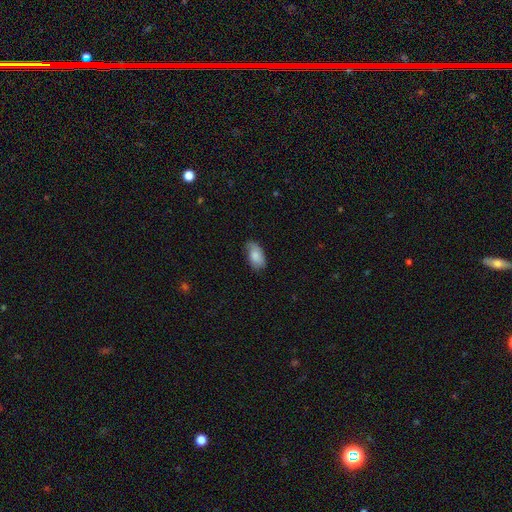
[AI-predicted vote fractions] A smooth galaxy with no disk features (83%) that is in between round and cigar-shaped (94%).

Vote fractions:
- Smooth or featured? smooth: 83% / featured or disk: 11% / star or artifact: 7%
- How rounded? in between: 94% / round: 4% / cigar-shaped: 3%
- Merging? none: 65% / minor disturbance: 28% / major disturbance: 5% / merger: 1%